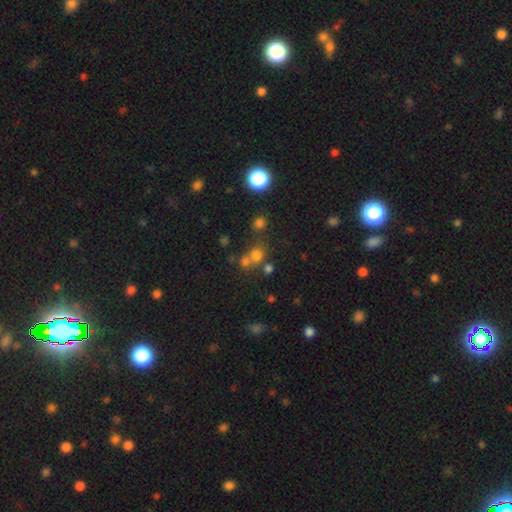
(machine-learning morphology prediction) A smooth galaxy with no disk features (64%) that is round (82%). Merging: none (55%).